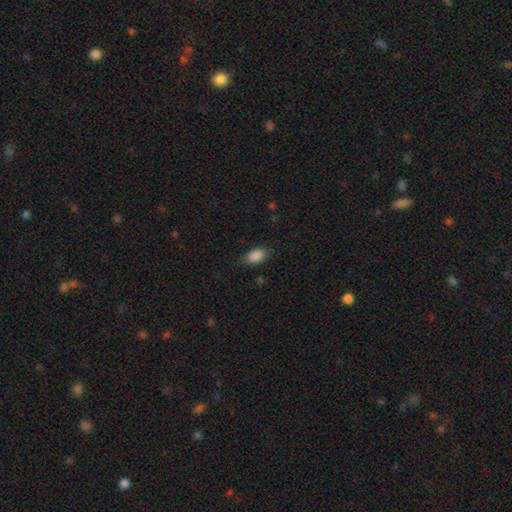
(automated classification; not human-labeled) Smooth or featured?
  - smooth: 89% *
  - star or artifact: 7%
  - featured or disk: 4%
How rounded?
  - in between: 92% *
  - round: 5%
  - cigar-shaped: 3%
Merging?
  - none: 80% *
  - minor disturbance: 15%
  - major disturbance: 4%
  - merger: 1%